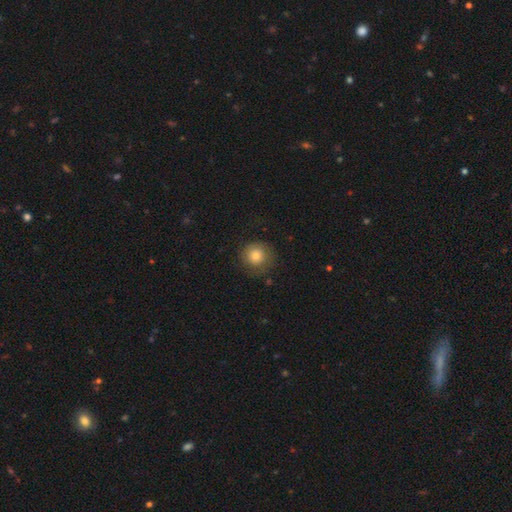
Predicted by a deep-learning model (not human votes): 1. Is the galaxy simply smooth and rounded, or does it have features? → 76% smooth, 15% featured or disk, 9% star or artifact.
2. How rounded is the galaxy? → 92% round, 7% in between, 1% cigar-shaped.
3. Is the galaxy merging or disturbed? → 75% none, 16% minor disturbance, 8% major disturbance, 1% merger.